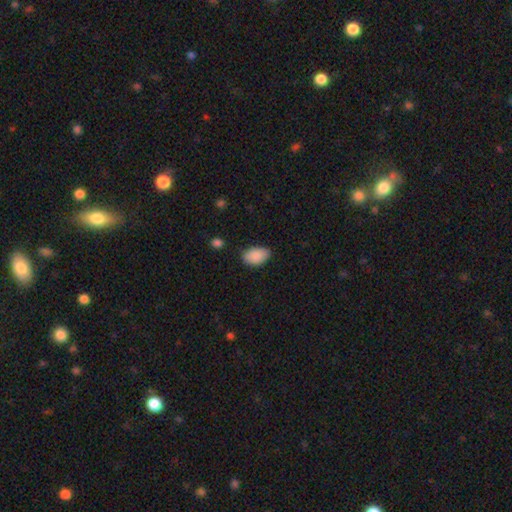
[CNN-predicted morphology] This is clearly a smooth galaxy (89%). How rounded: clearly in between (92%). Merging: clearly none (80%).